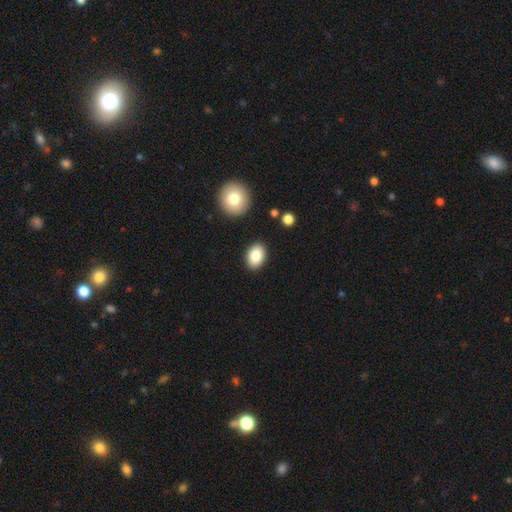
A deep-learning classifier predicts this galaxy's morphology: smooth-or-featured: smooth: 84% | featured or disk: 8% | star or artifact: 8%
  how-rounded: in between: 82% | round: 17% | cigar-shaped: 1%
  merging: none: 88% | minor disturbance: 8% | major disturbance: 2% | merger: 2%